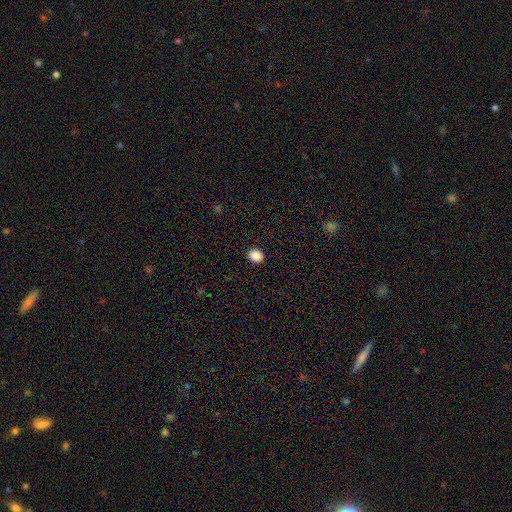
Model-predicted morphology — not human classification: smooth_or_featured: smooth (p=0.89) [alt: star or artifact p=0.09]
how_rounded: round (p=0.54) [alt: in between p=0.45]
merging: none (p=0.92) [alt: minor disturbance p=0.06]